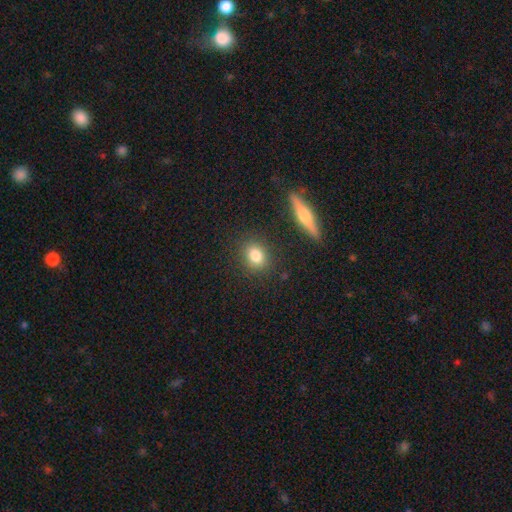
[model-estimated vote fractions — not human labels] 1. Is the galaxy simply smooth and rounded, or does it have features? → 81% smooth, 10% star or artifact, 9% featured or disk.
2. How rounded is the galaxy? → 57% round, 40% in between, 3% cigar-shaped.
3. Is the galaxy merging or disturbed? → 86% none, 9% minor disturbance, 2% major disturbance, 2% merger.